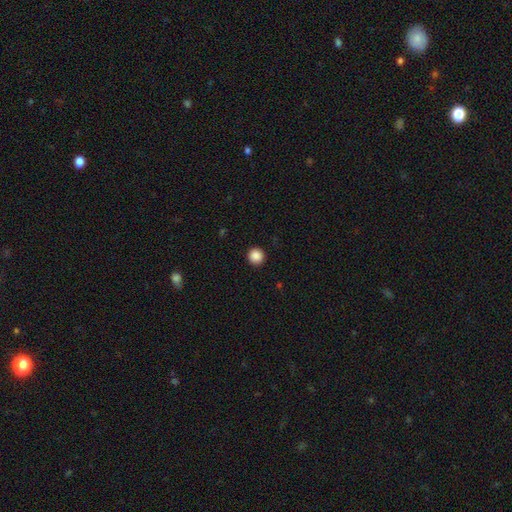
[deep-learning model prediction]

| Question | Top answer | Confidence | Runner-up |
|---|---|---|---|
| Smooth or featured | smooth | 88% | star or artifact (10%) |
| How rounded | round | 95% | in between (4%) |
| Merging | none | 92% | minor disturbance (5%) |